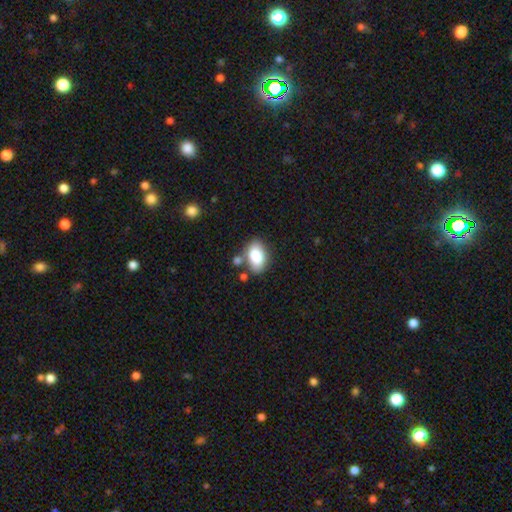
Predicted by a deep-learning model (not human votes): This appears to be a smooth galaxy with no disk features (80%) that is in between round and cigar-shaped (88%). Merging: none (68%).